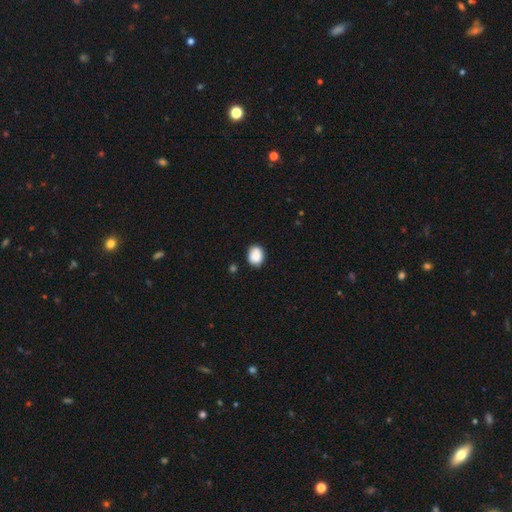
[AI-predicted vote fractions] Q: Smooth or featured?
A: smooth (88%); runner-up: star or artifact (8%)
Q: How rounded?
A: in between (51%); runner-up: round (48%)
Q: Merging?
A: none (79%); runner-up: minor disturbance (16%)